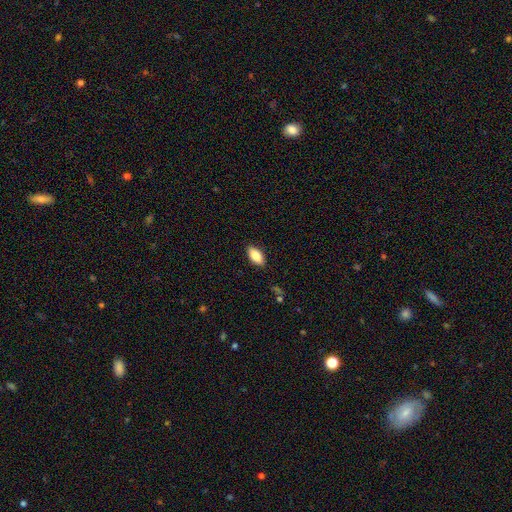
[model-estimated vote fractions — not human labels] A smooth galaxy with no disk features (86%) that is in between round and cigar-shaped (91%).

Vote fractions:
- Smooth or featured? smooth: 86% / featured or disk: 7% / star or artifact: 7%
- How rounded? in between: 91% / cigar-shaped: 6% / round: 3%
- Merging? none: 87% / minor disturbance: 9% / major disturbance: 2% / merger: 1%